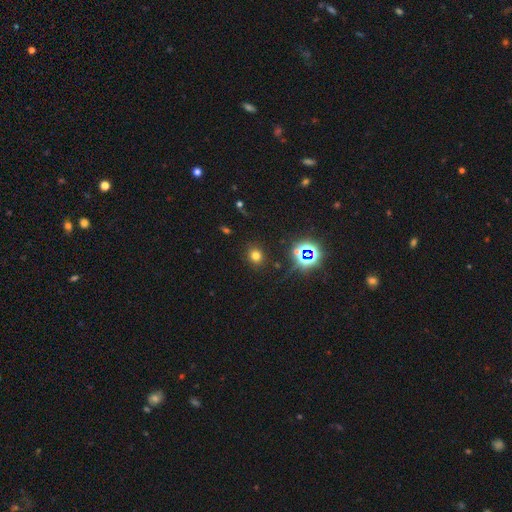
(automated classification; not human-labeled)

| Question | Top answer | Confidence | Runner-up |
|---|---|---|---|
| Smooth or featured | smooth | 69% | star or artifact (24%) |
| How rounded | round | 76% | in between (23%) |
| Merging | none | 87% | minor disturbance (8%) |